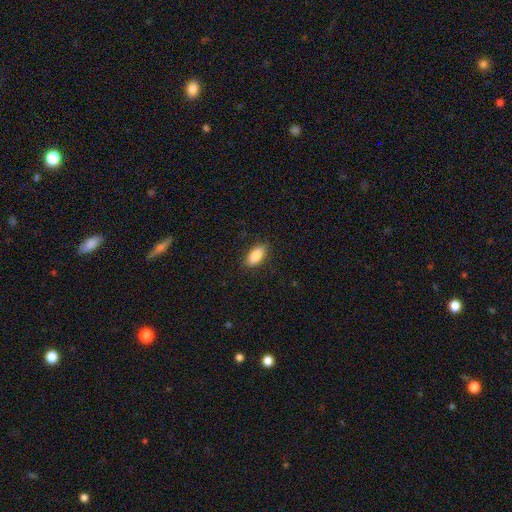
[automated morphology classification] Smooth or featured?
  - smooth: 88% *
  - star or artifact: 7%
  - featured or disk: 6%
How rounded?
  - in between: 89% *
  - cigar-shaped: 9%
  - round: 3%
Merging?
  - none: 87% *
  - minor disturbance: 10%
  - major disturbance: 2%
  - merger: 1%